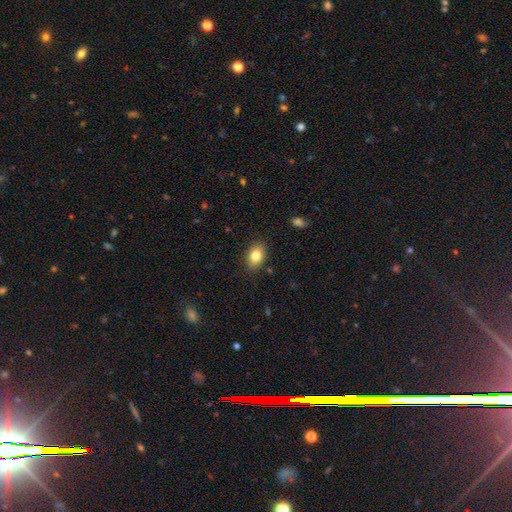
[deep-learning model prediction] This appears to be a smooth galaxy with no disk features (82%) that is in between round and cigar-shaped (83%). Merging: none (86%).